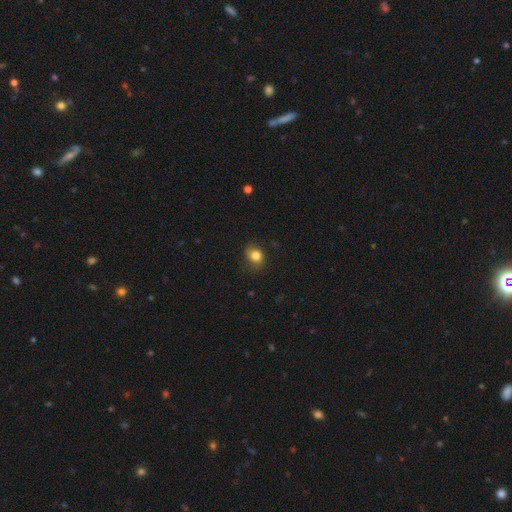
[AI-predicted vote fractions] Smooth or featured: smooth — 81% (star or artifact — 10%)
How rounded: round — 53% (in between — 46%)
Merging: none — 69% (minor disturbance — 23%)